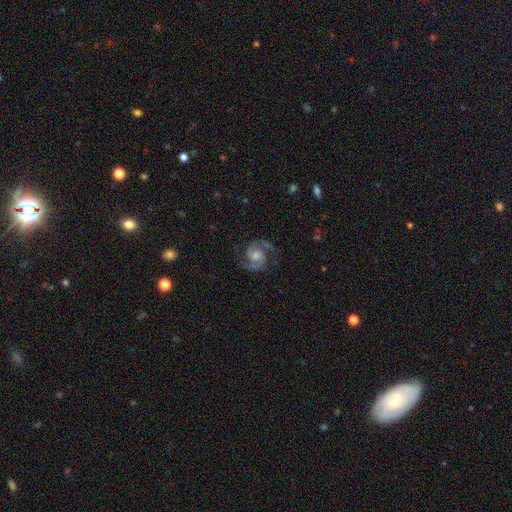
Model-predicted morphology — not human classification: smooth_or_featured: featured or disk (p=0.92) [alt: star or artifact p=0.05]
disk_edge_on: no (p=0.98) [alt: yes p=0.02]
bar: no (p=0.62) [alt: weak p=0.31]
has_spiral_arms: yes (p=0.99) [alt: no p=0.01]
spiral_winding: medium (p=0.60) [alt: tight p=0.31]
spiral_arm_count: 2 (p=0.94) [alt: can't tell p=0.01]
bulge_size: moderate (p=0.57) [alt: small p=0.29]
merging: none (p=0.84) [alt: minor disturbance p=0.11]